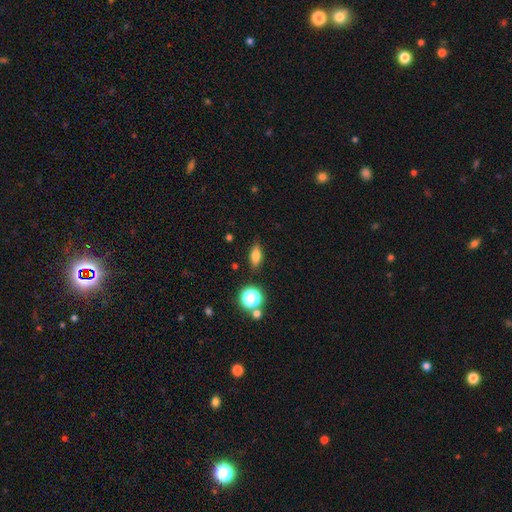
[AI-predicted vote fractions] Smooth or featured? Predicted: smooth (p=0.76). How rounded? Predicted: in between (p=0.73). Merging? Predicted: none (p=0.84).